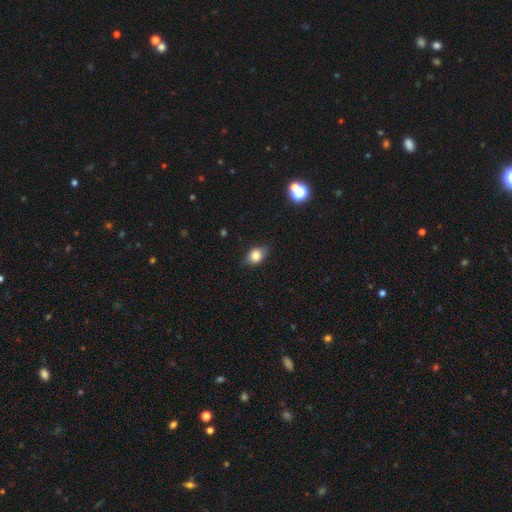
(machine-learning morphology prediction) smooth 78%, featured or disk 13%, star or artifact 9%. Down the decision tree: how rounded — in between (69%); merging — none (79%).